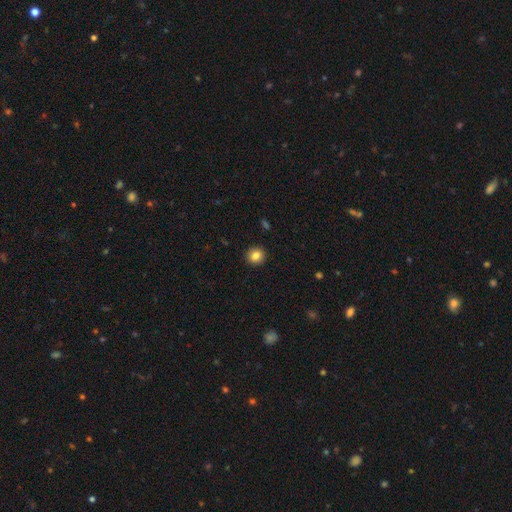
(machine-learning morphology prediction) Overall: smooth (84%). How rounded: round (89%). Merging: none (92%).